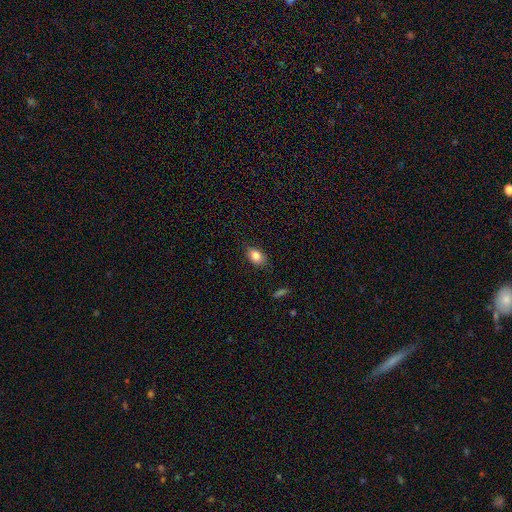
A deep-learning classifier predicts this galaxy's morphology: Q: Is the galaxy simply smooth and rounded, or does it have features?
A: smooth — 85%.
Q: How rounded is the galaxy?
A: in between — 83%.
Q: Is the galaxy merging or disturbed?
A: none — 83%.